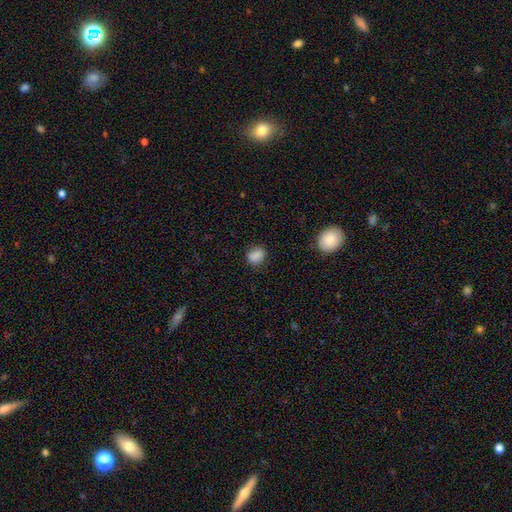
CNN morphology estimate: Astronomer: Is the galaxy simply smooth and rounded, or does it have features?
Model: smooth — 86%.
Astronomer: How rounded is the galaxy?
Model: in between — 56% (runner-up: round, 42%).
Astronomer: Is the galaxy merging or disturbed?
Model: none — 80%.